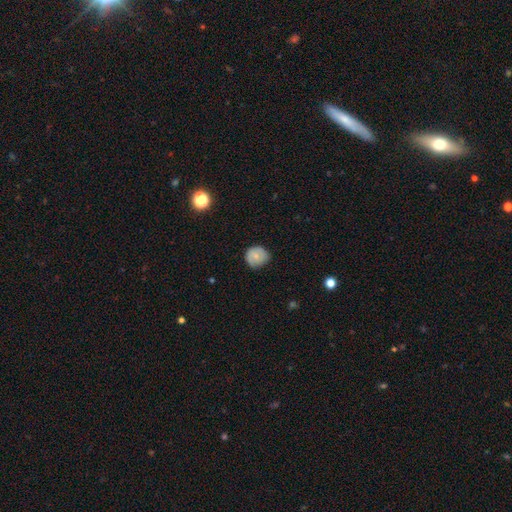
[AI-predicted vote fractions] smooth-or-featured: smooth: 69% | featured or disk: 23% | star or artifact: 8%
  how-rounded: round: 86% | in between: 14% | cigar-shaped: 1%
  merging: none: 74% | minor disturbance: 21% | major disturbance: 4% | merger: 1%